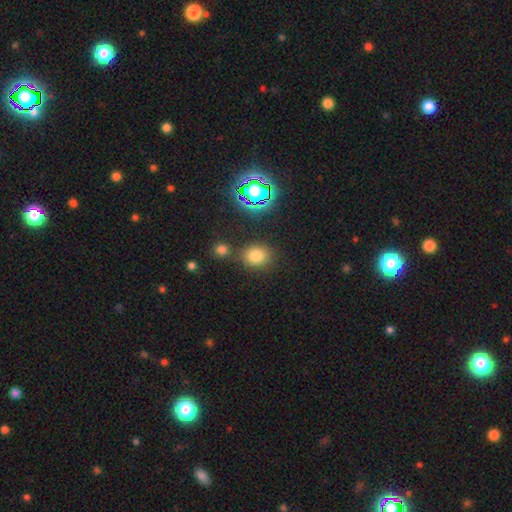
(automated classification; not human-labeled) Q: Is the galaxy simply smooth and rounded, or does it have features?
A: smooth — 72%.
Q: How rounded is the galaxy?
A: round — 58%.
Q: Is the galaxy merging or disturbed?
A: none — 77%.